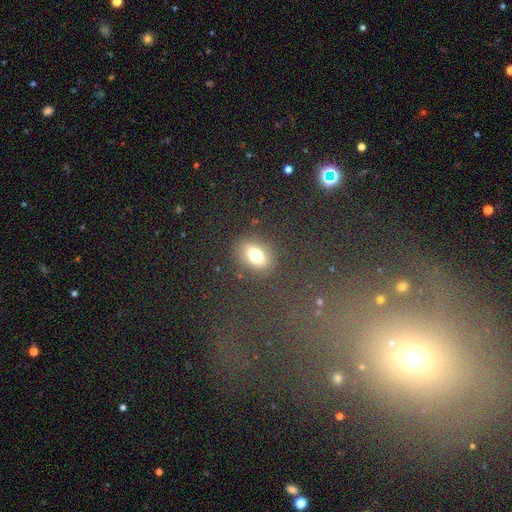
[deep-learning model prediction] Smooth or featured?
  - smooth: 76% *
  - star or artifact: 13%
  - featured or disk: 11%
How rounded?
  - in between: 74% *
  - round: 23%
  - cigar-shaped: 3%
Merging?
  - none: 83% *
  - minor disturbance: 10%
  - major disturbance: 4%
  - merger: 2%